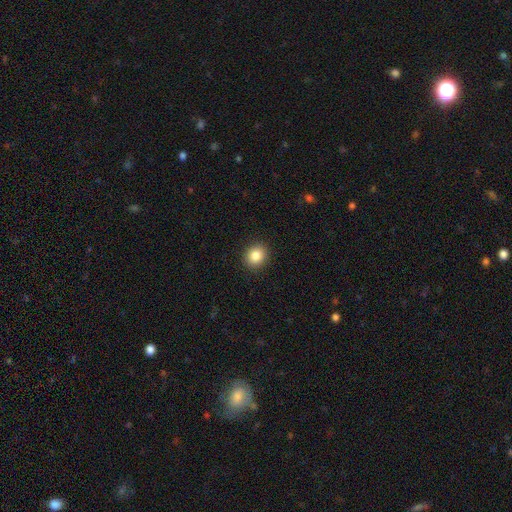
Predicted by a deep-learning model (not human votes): A smooth galaxy with no disk features (85%) that is round (74%). Merging: none (91%).